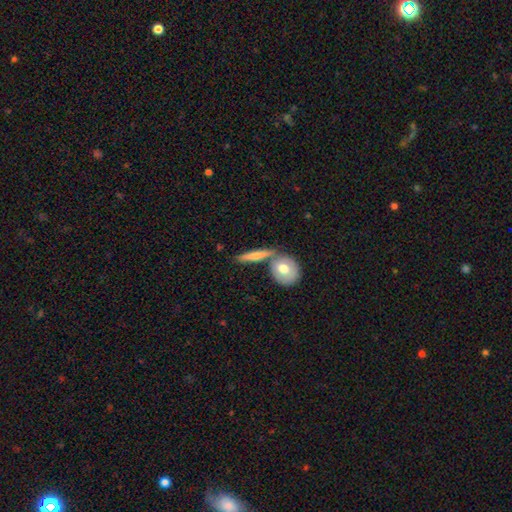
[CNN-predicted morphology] Smooth or featured?
  - smooth: 59% *
  - featured or disk: 35%
  - star or artifact: 5%
How rounded?
  - cigar-shaped: 58% *
  - in between: 28%
  - round: 14%
Merging?
  - none: 60% *
  - merger: 26%
  - minor disturbance: 11%
  - major disturbance: 4%